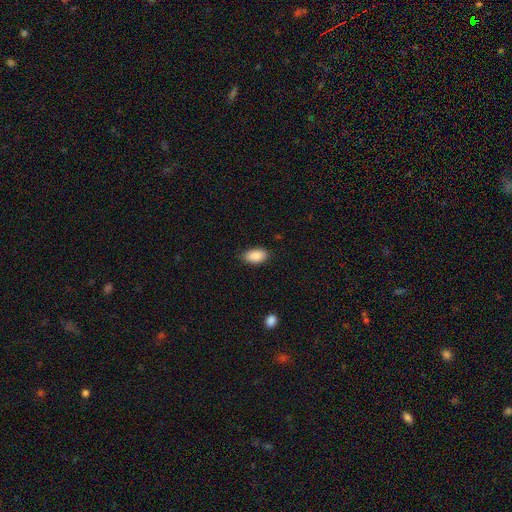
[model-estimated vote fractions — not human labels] This appears to be a smooth galaxy with no disk features (90%) that is in between round and cigar-shaped (94%). Merging: none (84%).